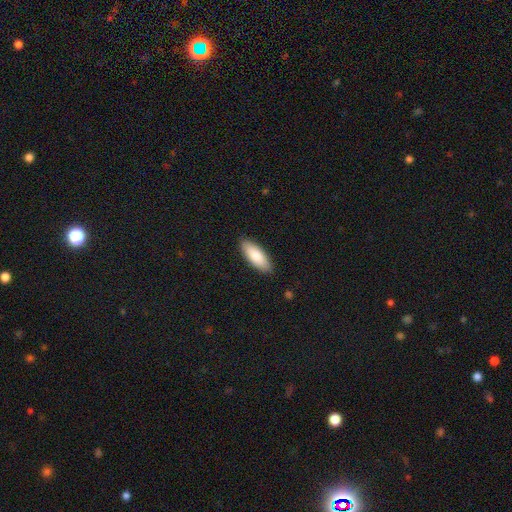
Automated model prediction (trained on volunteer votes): A smooth galaxy with no disk features (83%) that is in between round and cigar-shaped (73%).

Vote fractions:
- Smooth or featured? smooth: 83% / featured or disk: 11% / star or artifact: 5%
- How rounded? in between: 73% / cigar-shaped: 25% / round: 2%
- Merging? none: 88% / minor disturbance: 9% / major disturbance: 2% / merger: 1%